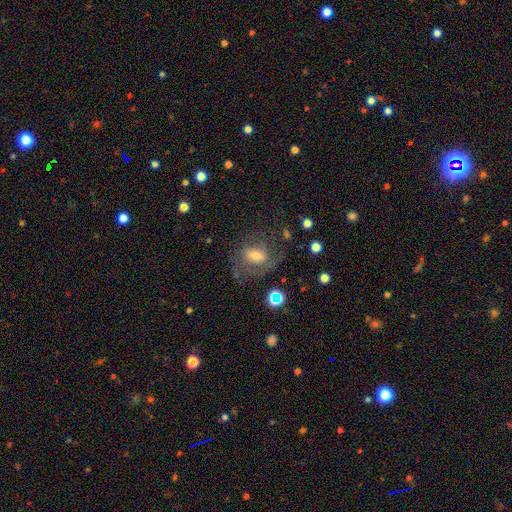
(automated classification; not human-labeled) Overall: featured or disk (57%; smooth 29%). Edge-on disk: no (95%). Bar: no (45%; weak 41%). Spiral arms: yes (78%). Bulge size: moderate (50%; small 33%). Merging: none (53%; major disturbance 24%).